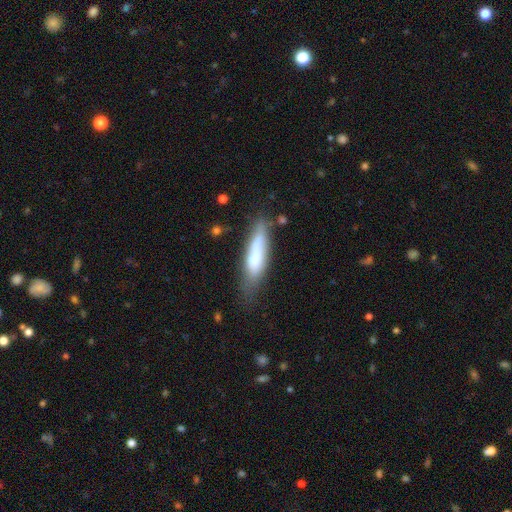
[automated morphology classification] A smooth galaxy with no disk features (64%) that is cigar-shaped (67%). Merging: none (59%).